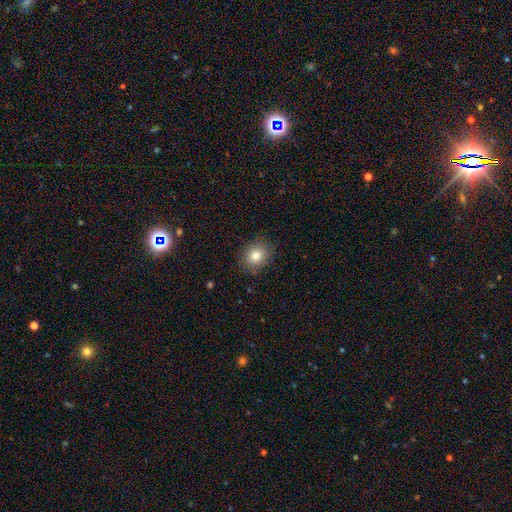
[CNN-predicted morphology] Smooth or featured?
  - smooth: 82% *
  - star or artifact: 10%
  - featured or disk: 8%
How rounded?
  - round: 60% *
  - in between: 39%
  - cigar-shaped: 1%
Merging?
  - none: 87% *
  - minor disturbance: 10%
  - major disturbance: 3%
  - merger: 1%